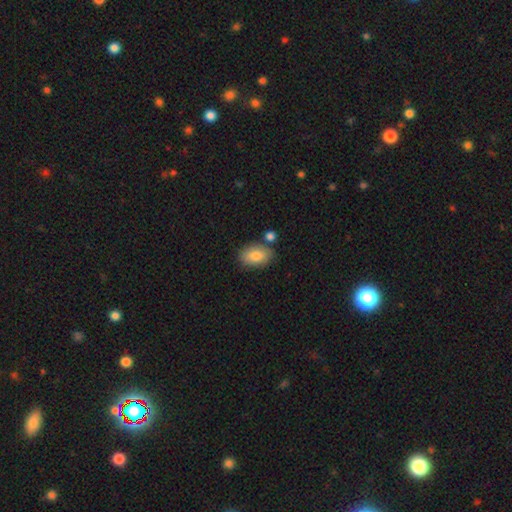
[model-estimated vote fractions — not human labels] This appears to be a smooth galaxy with no disk features (83%) that is in between round and cigar-shaped (90%). Merging: none (73%).